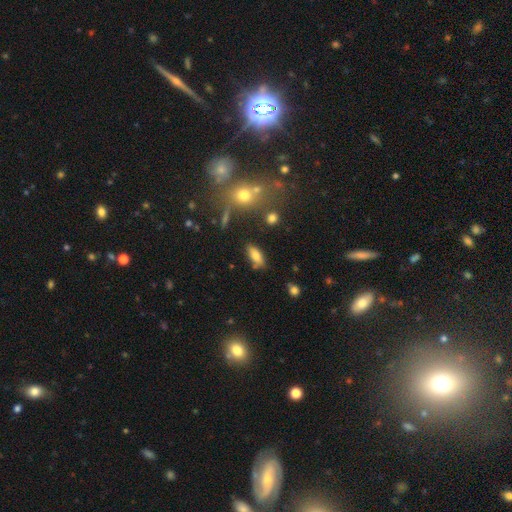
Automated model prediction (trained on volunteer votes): A smooth galaxy with no disk features (76%) that is in between round and cigar-shaped (82%).

Vote fractions:
- Smooth or featured? smooth: 76% / featured or disk: 14% / star or artifact: 9%
- How rounded? in between: 82% / cigar-shaped: 14% / round: 3%
- Merging? none: 72% / minor disturbance: 18% / merger: 6% / major disturbance: 5%